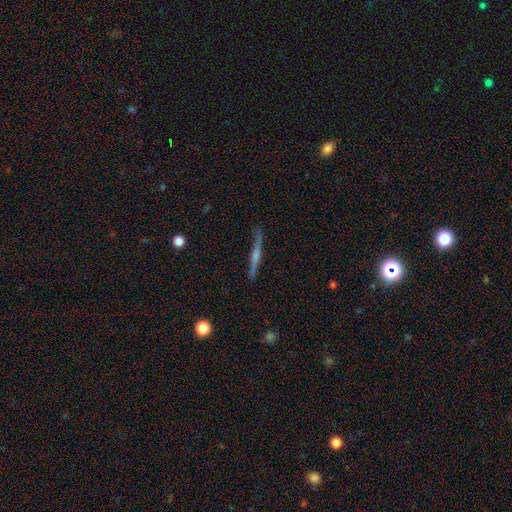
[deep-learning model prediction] Smooth or featured? featured or disk (73%)
Edge-on disk? yes (98%)
Edge-on bulge? rounded (73%)
Merging? none (88%)